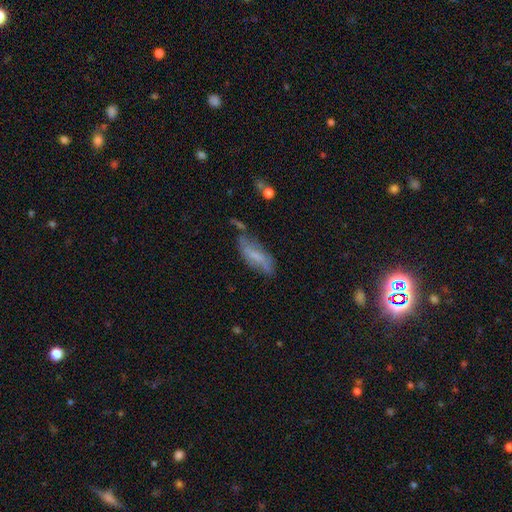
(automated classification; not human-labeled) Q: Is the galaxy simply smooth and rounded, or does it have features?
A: smooth — 53%.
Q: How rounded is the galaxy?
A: in between — 64%.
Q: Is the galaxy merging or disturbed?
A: none — 44%.